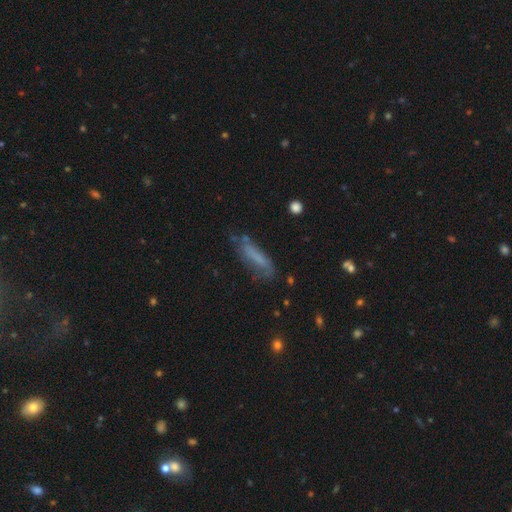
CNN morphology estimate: type=smooth (53%); roundness=cigar-shaped (64%); merging=none (57%).